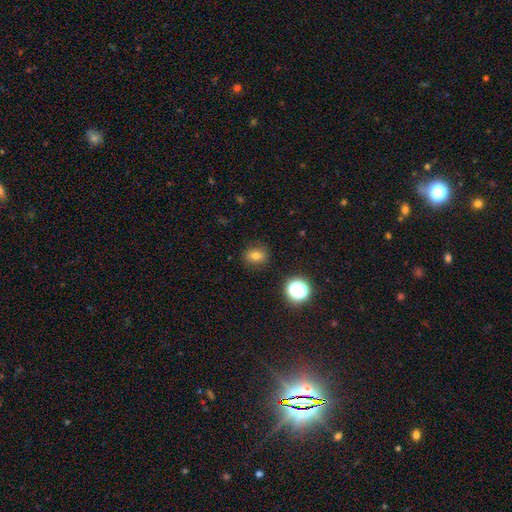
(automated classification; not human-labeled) This is likely a smooth galaxy (73%). How rounded: likely round (61%). Merging: clearly none (84%).